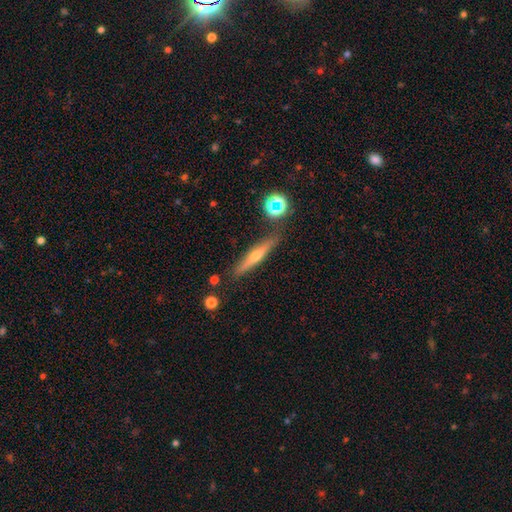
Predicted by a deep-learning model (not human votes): smooth_or_featured: featured or disk (p=0.61) [alt: smooth p=0.29]
disk_edge_on: yes (p=0.94) [alt: no p=0.06]
edge_on_bulge: rounded (p=0.82) [alt: none p=0.14]
merging: none (p=0.85) [alt: minor disturbance p=0.09]